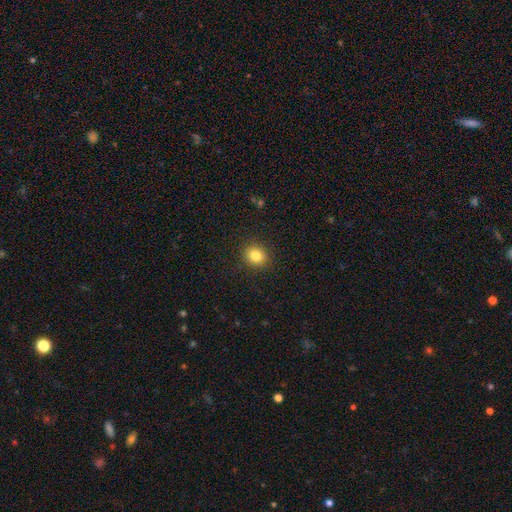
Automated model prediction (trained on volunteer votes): Smooth or featured? smooth (83%)
How rounded? round (72%)
Merging? none (90%)